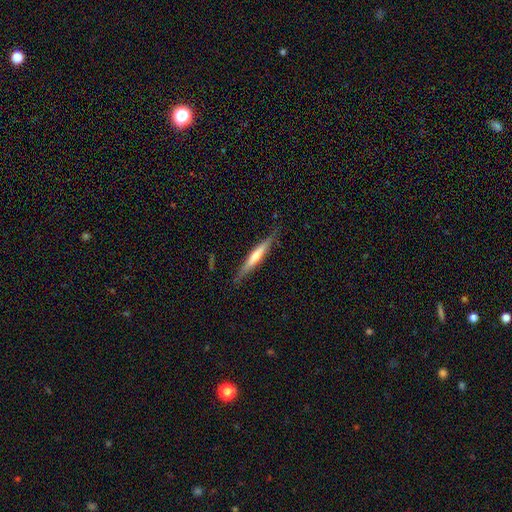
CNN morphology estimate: featured or disk 57%, smooth 37%, star or artifact 6%. Down the decision tree: edge-on disk — yes (96%); edge-on bulge — rounded (59%); merging — none (86%).